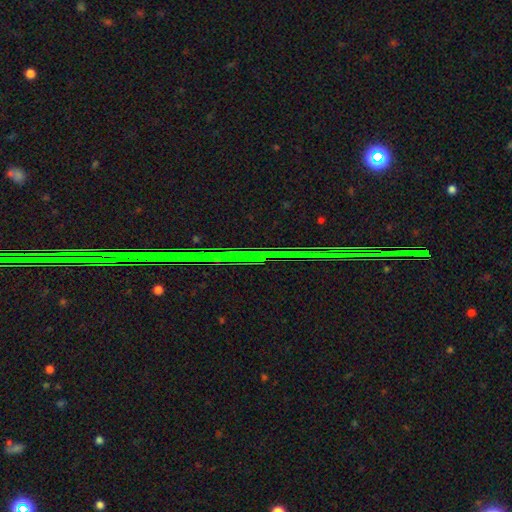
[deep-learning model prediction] star or artifact 87%, featured or disk 7%, smooth 6%.